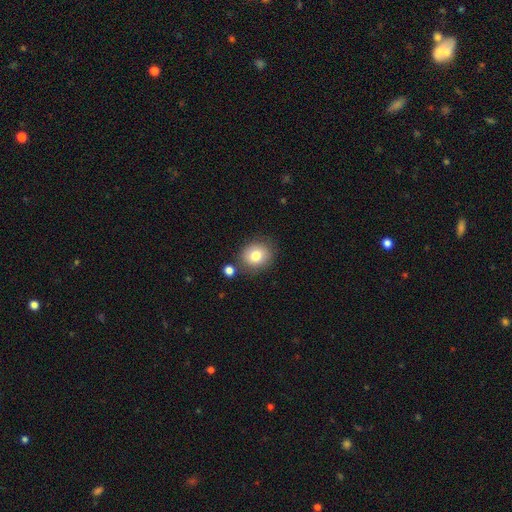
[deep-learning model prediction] Smooth or featured? smooth (79%)
How rounded? round (73%)
Merging? none (78%)